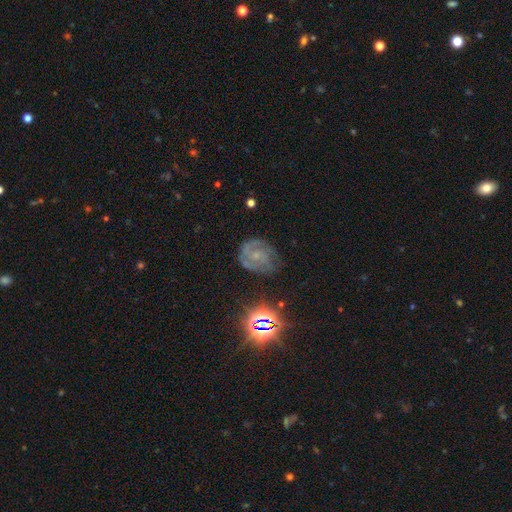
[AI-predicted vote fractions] The model was most divided on "spiral arm count": 2: 32%, can't tell: 27%, 3: 26%, 1: 6%, 4: 5%, more than 4: 4%. More confident: edge-on disk — no (98%); spiral arms — yes (92%); smooth or featured — featured or disk (71%); bulge size — small (67%); bar — no (66%); merging — none (65%); spiral winding — tight (53%).